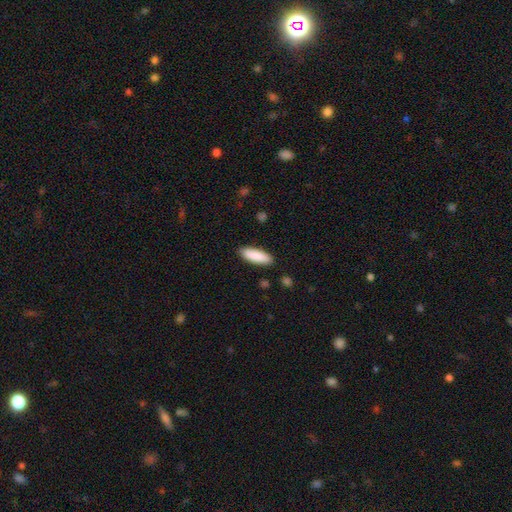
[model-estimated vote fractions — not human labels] A smooth galaxy with no disk features (89%) that is in between round and cigar-shaped (60%). Merging: none (88%).